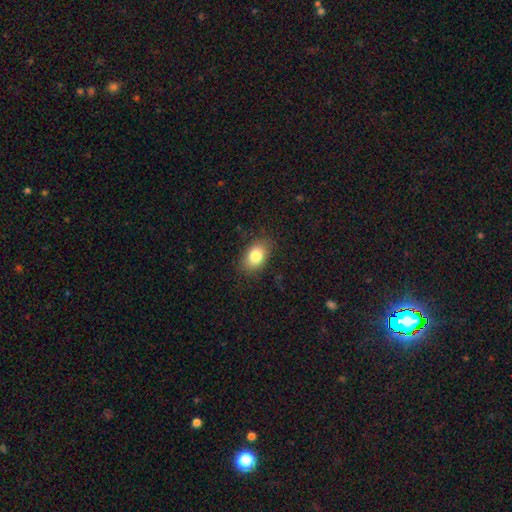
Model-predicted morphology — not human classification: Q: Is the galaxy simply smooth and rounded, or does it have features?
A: smooth — 83%.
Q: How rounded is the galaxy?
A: in between — 85%.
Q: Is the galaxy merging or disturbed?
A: none — 84%.